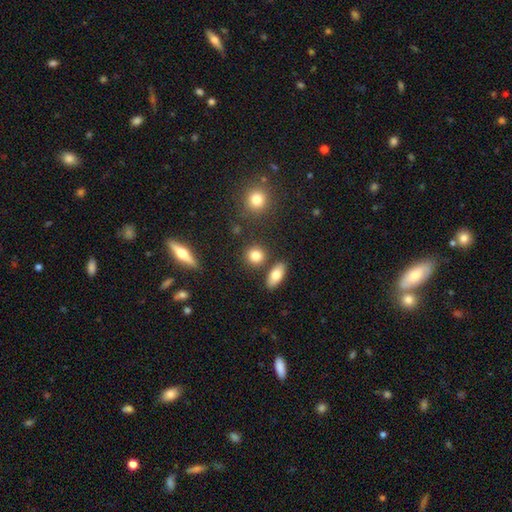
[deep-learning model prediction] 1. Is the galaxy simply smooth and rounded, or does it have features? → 83% smooth, 10% star or artifact, 7% featured or disk.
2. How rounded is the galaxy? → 79% round, 18% in between, 2% cigar-shaped.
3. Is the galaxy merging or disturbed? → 80% none, 8% minor disturbance, 8% merger, 3% major disturbance.